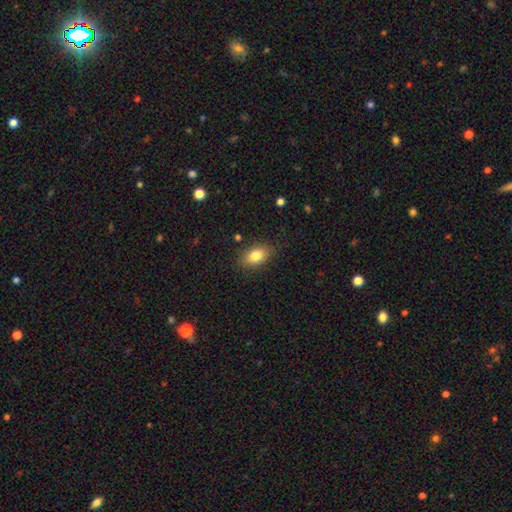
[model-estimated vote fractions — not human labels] A smooth galaxy with no disk features (82%) that is in between round and cigar-shaped (86%). Merging: none (84%).